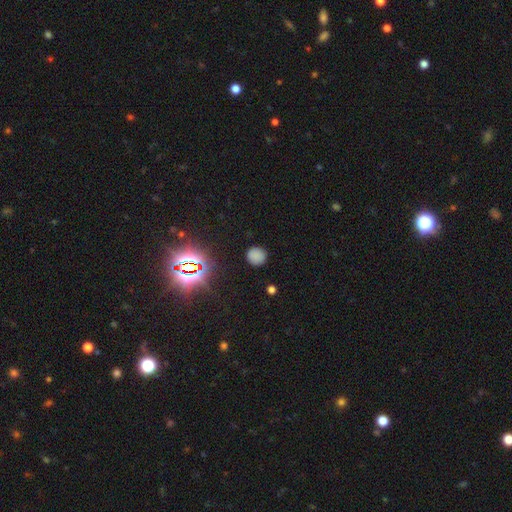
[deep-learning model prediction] smooth_or_featured: smooth (p=0.74) [alt: star or artifact p=0.20]
how_rounded: round (p=0.91) [alt: in between p=0.08]
merging: none (p=0.86) [alt: minor disturbance p=0.09]